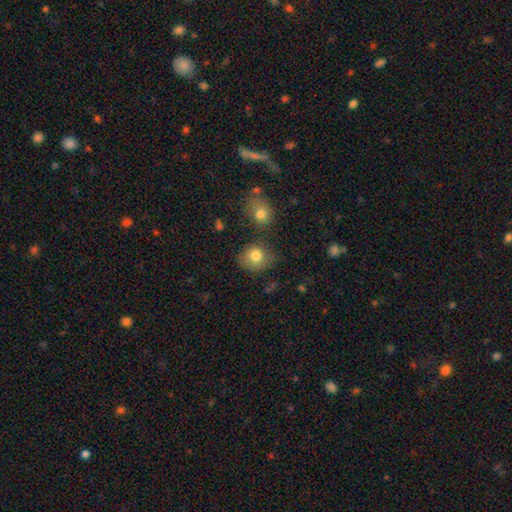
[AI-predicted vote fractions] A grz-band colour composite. It shows a smooth galaxy with no disk features (80%) that is round (72%). Merging: none (66%).